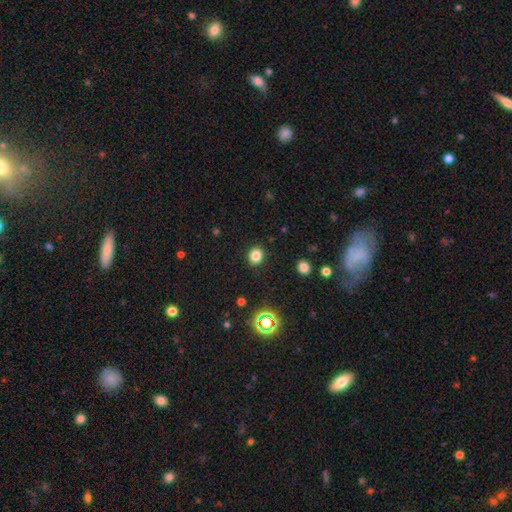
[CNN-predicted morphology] smooth 81%, star or artifact 14%, featured or disk 5%. Down the decision tree: how rounded — round (74%); merging — none (90%).